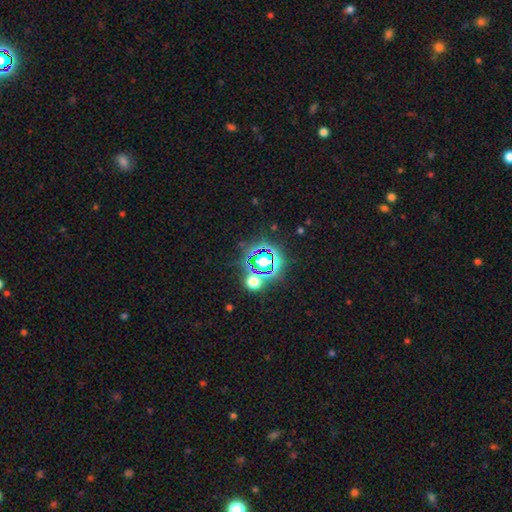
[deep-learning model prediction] A star or artifact, not a galaxy (78%).